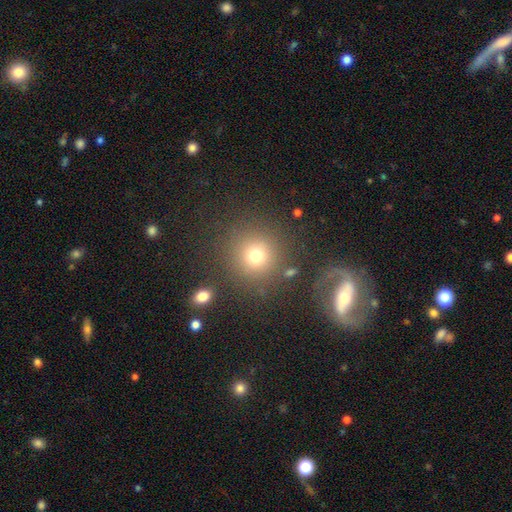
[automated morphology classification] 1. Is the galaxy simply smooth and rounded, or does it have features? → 74% smooth, 17% star or artifact, 10% featured or disk.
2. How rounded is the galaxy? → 91% round, 8% in between, 1% cigar-shaped.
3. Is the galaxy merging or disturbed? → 83% none, 8% minor disturbance, 5% major disturbance, 4% merger.